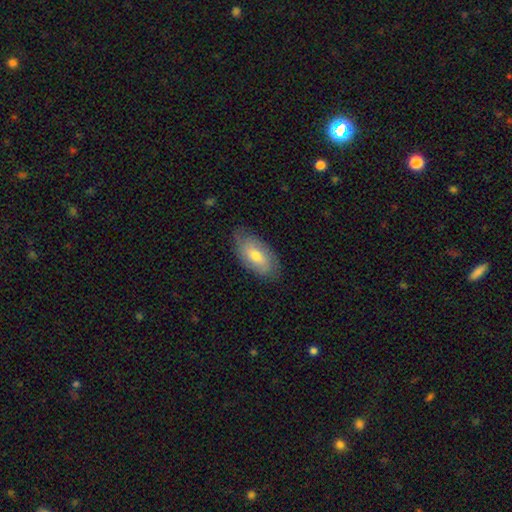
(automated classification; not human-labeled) smooth 53%, featured or disk 40%, star or artifact 7%. Down the decision tree: how rounded — in between (90%); merging — none (77%).